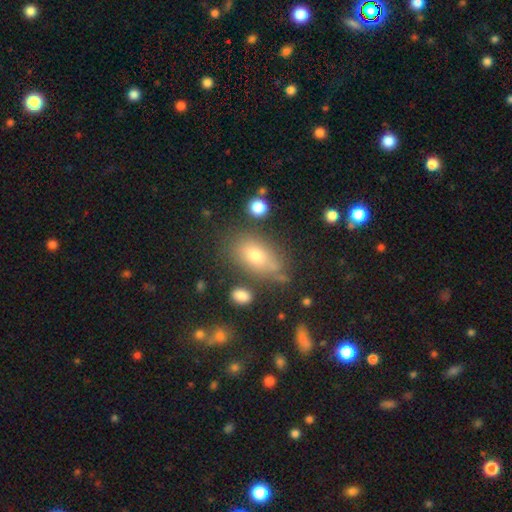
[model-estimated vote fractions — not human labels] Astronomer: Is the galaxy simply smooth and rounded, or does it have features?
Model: smooth — 71%.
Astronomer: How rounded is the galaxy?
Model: in between — 86%.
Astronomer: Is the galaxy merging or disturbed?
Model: none — 68%.